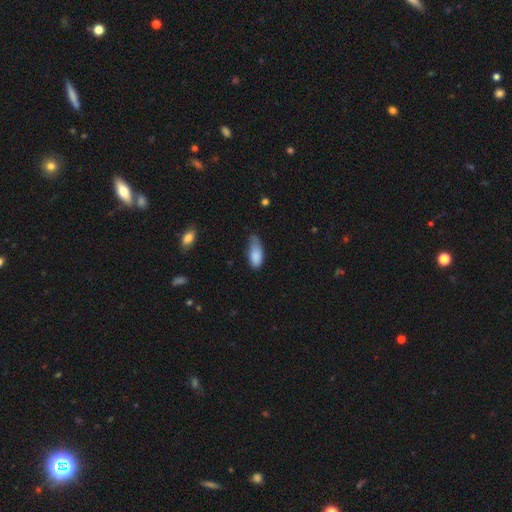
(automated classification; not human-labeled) The model was most divided on "merging": minor disturbance: 47%, none: 35%, major disturbance: 15%, merger: 3%. More confident: how rounded — in between (86%); smooth or featured — smooth (85%).